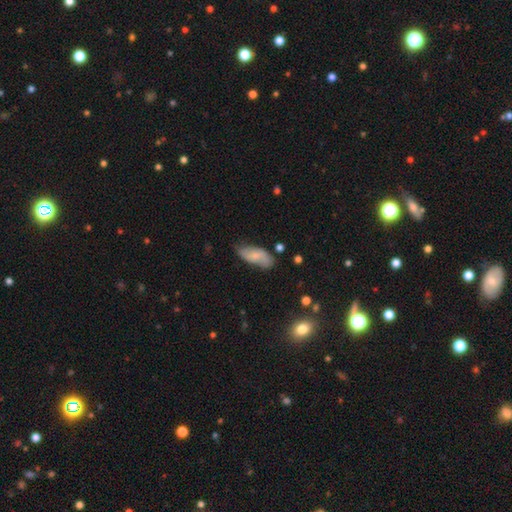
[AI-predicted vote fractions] This appears to be a smooth galaxy with no disk features (59%) that is in between round and cigar-shaped (85%). Merging: none (66%).